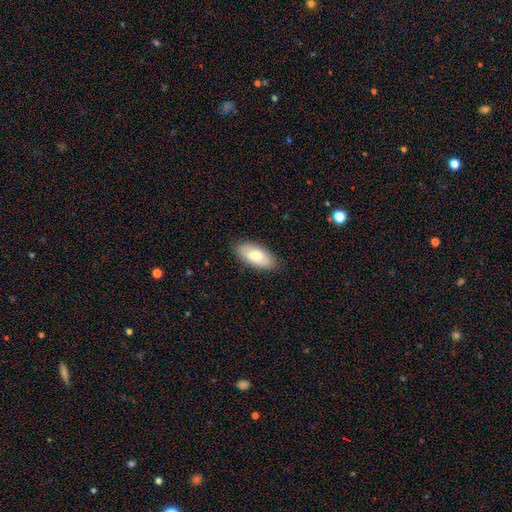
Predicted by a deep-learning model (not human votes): smooth 75%, featured or disk 19%, star or artifact 6%. Down the decision tree: how rounded — in between (89%); merging — none (86%).